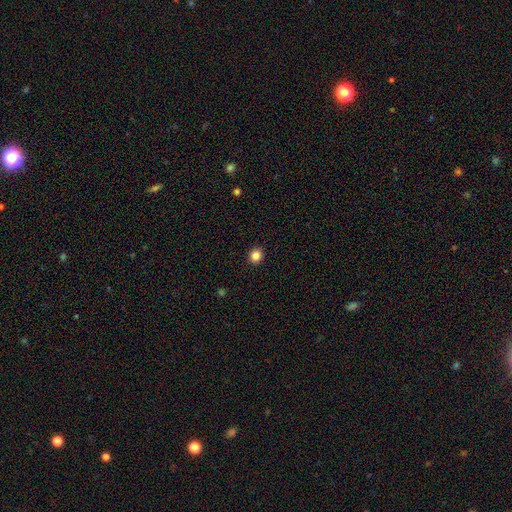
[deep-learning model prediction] Smooth or featured? Predicted: smooth (p=0.85). How rounded? Predicted: round (p=0.85). Merging? Predicted: none (p=0.93).